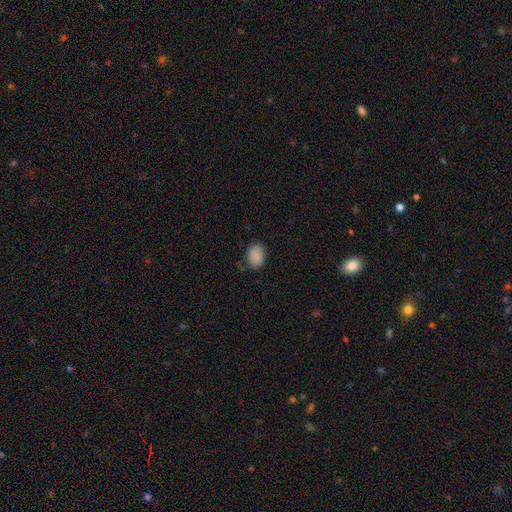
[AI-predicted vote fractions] A smooth galaxy with no disk features (87%) that is in between round and cigar-shaped (74%).

Vote fractions:
- Smooth or featured? smooth: 87% / star or artifact: 8% / featured or disk: 5%
- How rounded? in between: 74% / round: 25% / cigar-shaped: 1%
- Merging? none: 77% / minor disturbance: 18% / major disturbance: 4% / merger: 2%